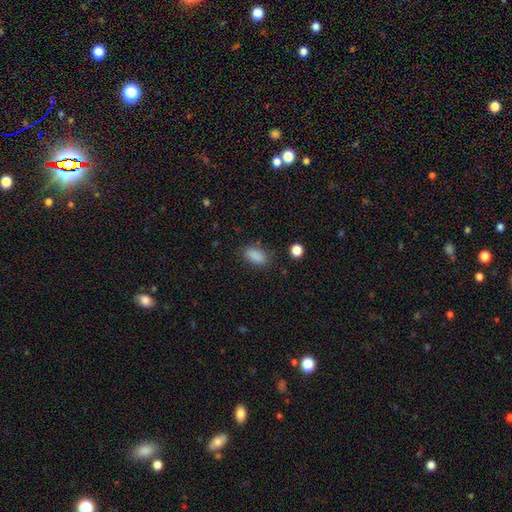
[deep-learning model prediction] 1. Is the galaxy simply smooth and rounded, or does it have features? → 87% smooth, 9% star or artifact, 4% featured or disk.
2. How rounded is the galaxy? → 90% in between, 6% round, 4% cigar-shaped.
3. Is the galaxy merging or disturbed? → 80% none, 14% minor disturbance, 4% major disturbance, 2% merger.